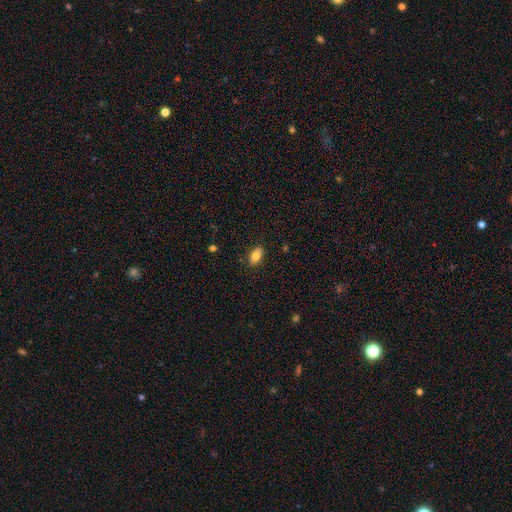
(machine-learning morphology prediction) Smooth or featured: smooth — 78% (featured or disk — 15%)
How rounded: in between — 86% (cigar-shaped — 10%)
Merging: none — 88% (minor disturbance — 9%)